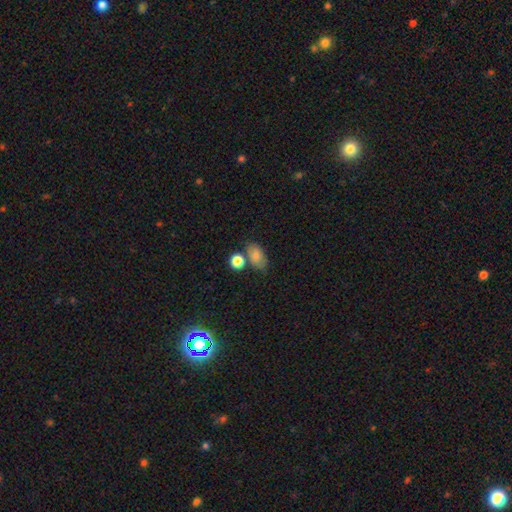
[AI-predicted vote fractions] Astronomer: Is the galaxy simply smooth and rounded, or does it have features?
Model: smooth — 79%.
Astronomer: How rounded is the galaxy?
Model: in between — 84%.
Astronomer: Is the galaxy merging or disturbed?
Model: none — 60%.